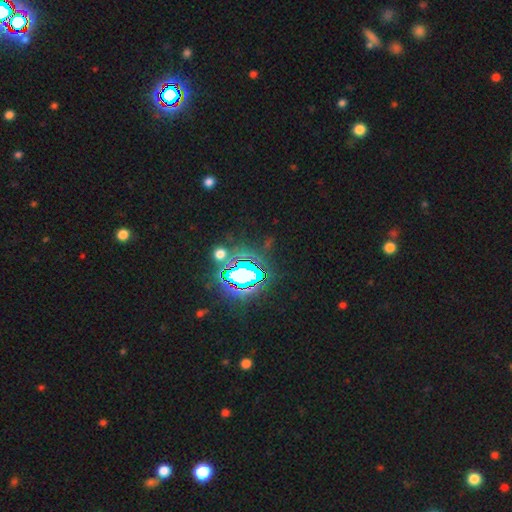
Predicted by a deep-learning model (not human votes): This is clearly a star or artifact rather than a galaxy (83%).